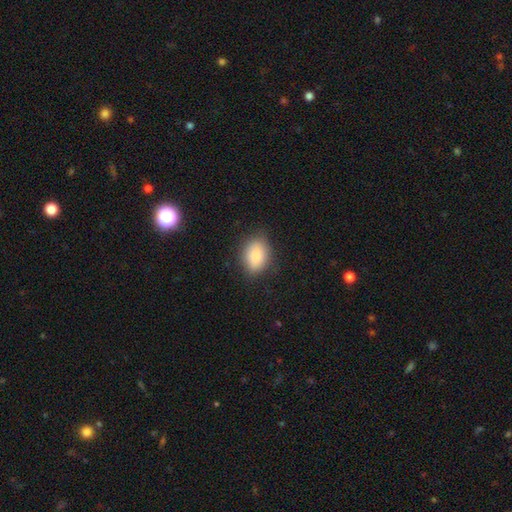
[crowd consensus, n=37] Q: Smooth or featured?
A: smooth (100%)
Q: How rounded?
A: in between (92%); runner-up: round (5%)
Q: Merging?
A: none (86%); runner-up: minor disturbance (11%)